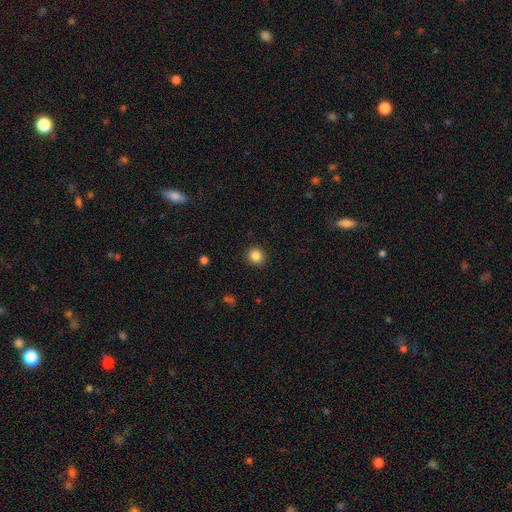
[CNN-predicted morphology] Overall: smooth (86%). How rounded: round (86%). Merging: none (91%).